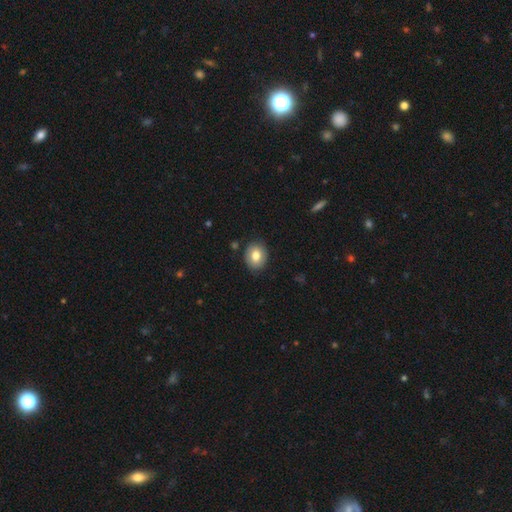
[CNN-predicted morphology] type=smooth (78%); roundness=round (56%); merging=none (88%).